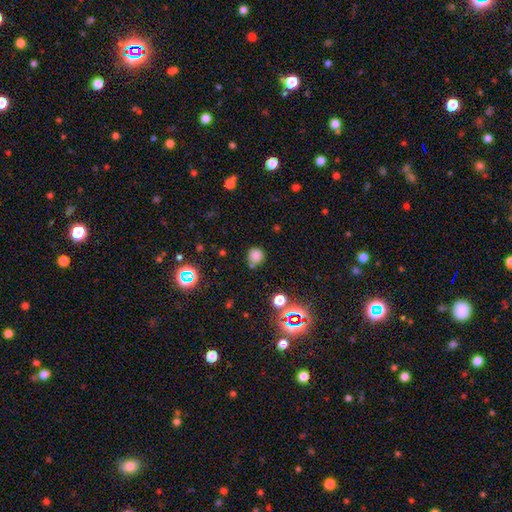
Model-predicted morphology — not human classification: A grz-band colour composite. It shows a smooth galaxy with no disk features (76%) that is round (87%). Merging: none (68%).